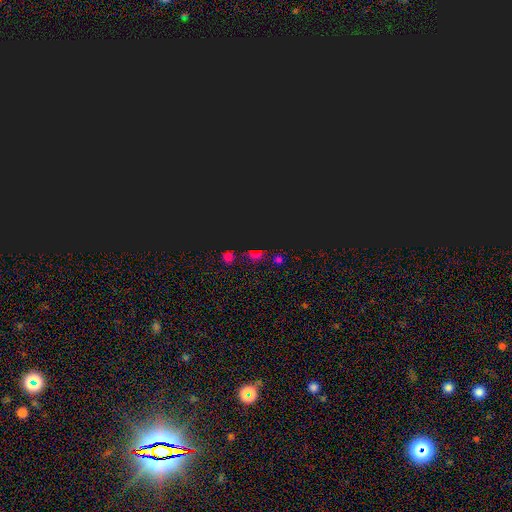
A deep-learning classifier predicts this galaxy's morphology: smooth-or-featured: star or artifact: 60% | smooth: 31% | featured or disk: 9%